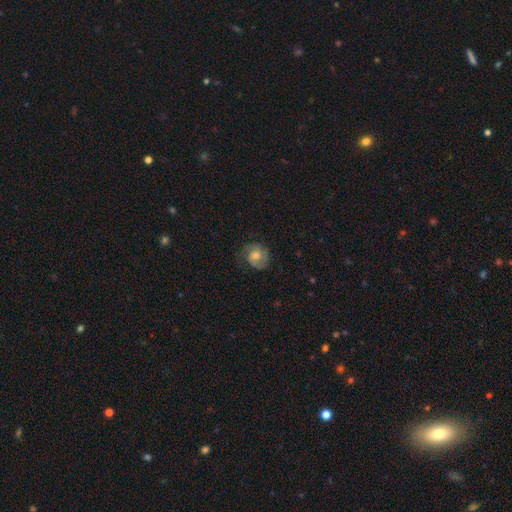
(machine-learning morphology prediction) This appears to be a smooth galaxy with no disk features (49%). Merging: none (61%).